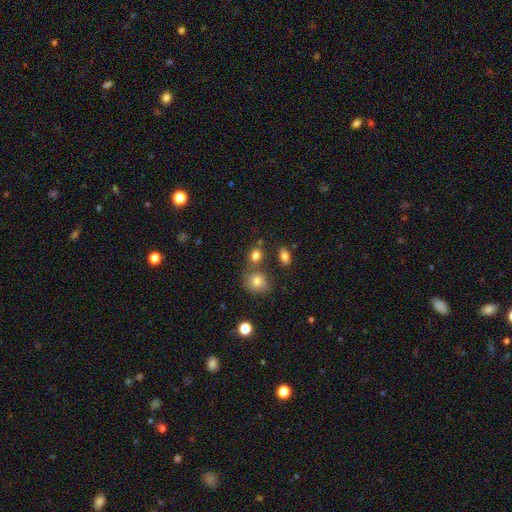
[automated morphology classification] A smooth galaxy with no disk features (81%) that is in between round and cigar-shaped (51%). Merging: none (61%).